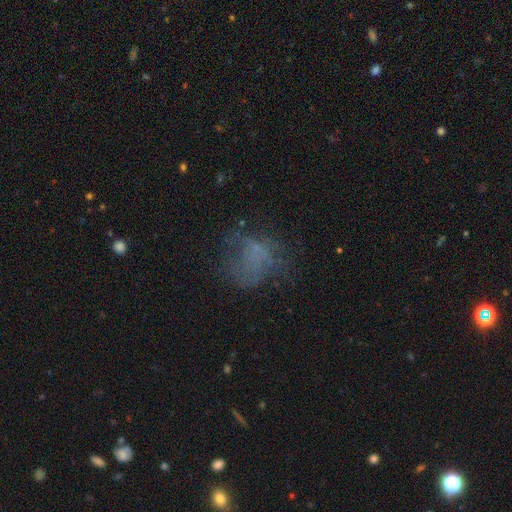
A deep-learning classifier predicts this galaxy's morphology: Overall: smooth (43%; featured or disk 33%). Merging: none (47%; major disturbance 30%).